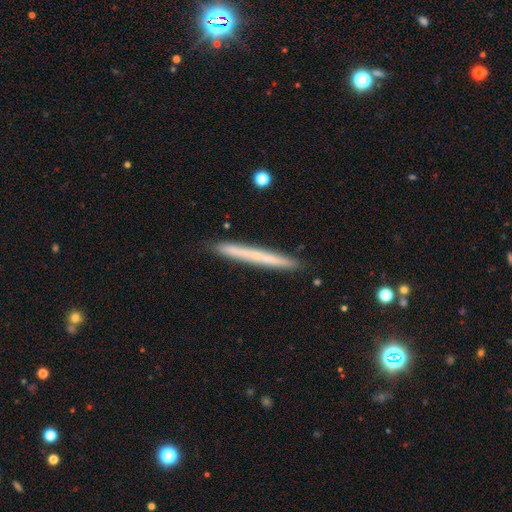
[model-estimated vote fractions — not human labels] Smooth or featured? Predicted: smooth (p=0.55). How rounded? Predicted: cigar-shaped (p=0.97). Merging? Predicted: none (p=0.90).